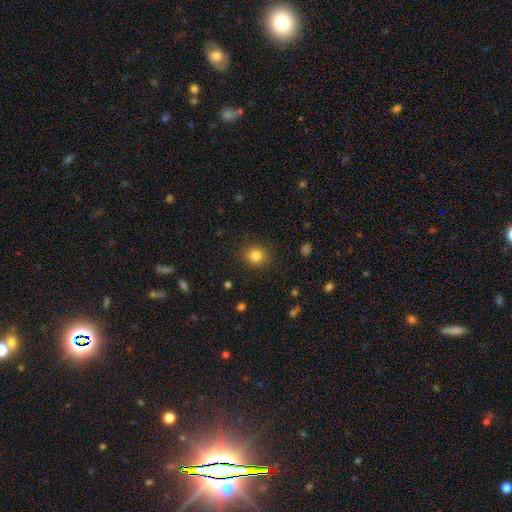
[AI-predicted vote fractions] Smooth or featured? smooth (83%)
How rounded? round (82%)
Merging? none (89%)